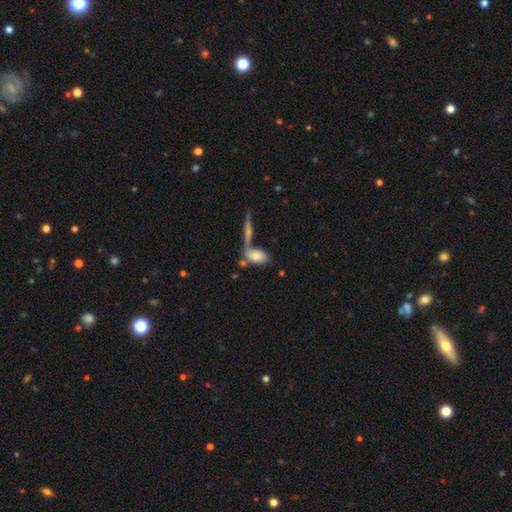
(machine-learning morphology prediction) Smooth or featured? smooth (74%)
How rounded? in between (87%)
Merging? none (45%)